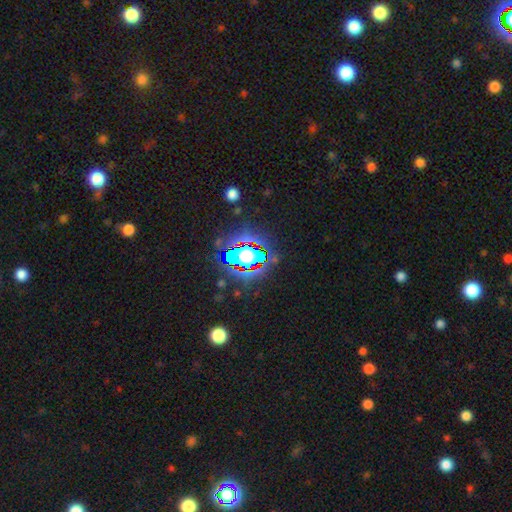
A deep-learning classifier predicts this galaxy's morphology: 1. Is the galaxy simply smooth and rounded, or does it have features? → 76% star or artifact, 13% smooth, 11% featured or disk.